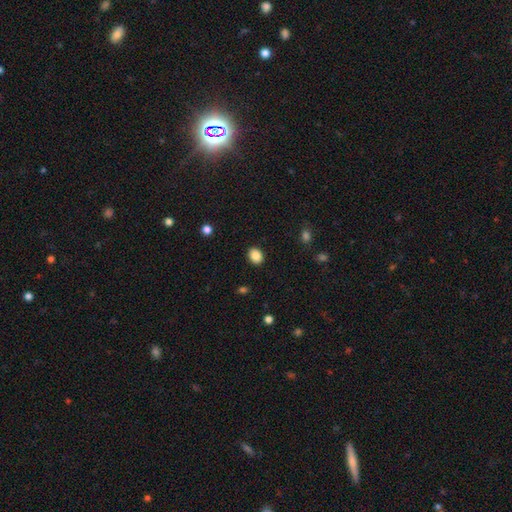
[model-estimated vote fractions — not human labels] Overall: smooth (88%). How rounded: in between (58%; round 42%). Merging: none (89%).